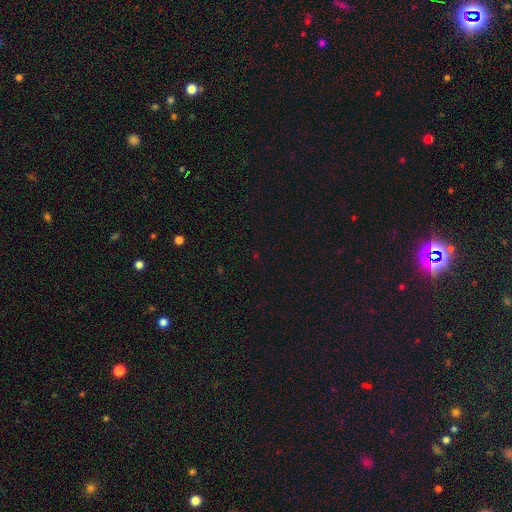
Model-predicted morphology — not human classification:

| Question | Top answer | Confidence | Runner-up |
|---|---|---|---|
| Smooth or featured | star or artifact | 66% | smooth (27%) |